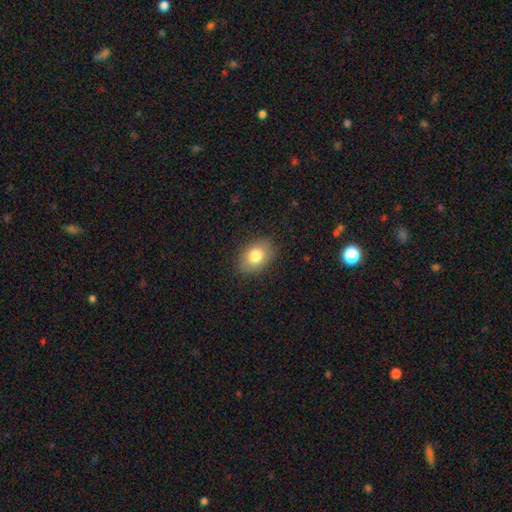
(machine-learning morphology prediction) A smooth galaxy with no disk features (80%) that is in between round and cigar-shaped (82%).

Vote fractions:
- Smooth or featured? smooth: 80% / featured or disk: 12% / star or artifact: 8%
- How rounded? in between: 82% / round: 17% / cigar-shaped: 1%
- Merging? none: 84% / minor disturbance: 12% / major disturbance: 3% / merger: 1%